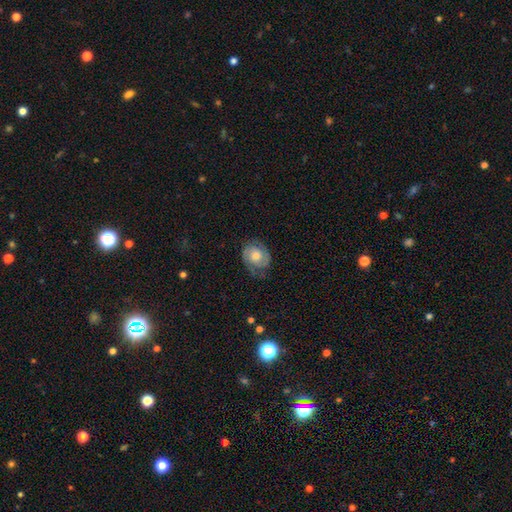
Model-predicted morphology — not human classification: smooth_or_featured: featured or disk (p=0.66) [alt: smooth p=0.27]
disk_edge_on: no (p=0.97) [alt: yes p=0.03]
bar: no (p=0.73) [alt: weak p=0.23]
has_spiral_arms: yes (p=0.89) [alt: no p=0.11]
spiral_winding: tight (p=0.52) [alt: medium p=0.36]
spiral_arm_count: 2 (p=0.78) [alt: can't tell p=0.12]
bulge_size: moderate (p=0.65) [alt: small p=0.23]
merging: none (p=0.69) [alt: minor disturbance p=0.21]